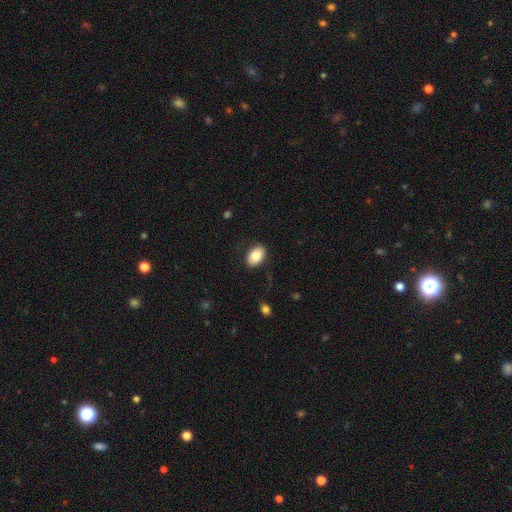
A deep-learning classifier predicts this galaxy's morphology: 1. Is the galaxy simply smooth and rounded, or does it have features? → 82% smooth, 11% featured or disk, 7% star or artifact.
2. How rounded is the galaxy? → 88% in between, 11% round, 1% cigar-shaped.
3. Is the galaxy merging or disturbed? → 85% none, 11% minor disturbance, 3% major disturbance, 1% merger.